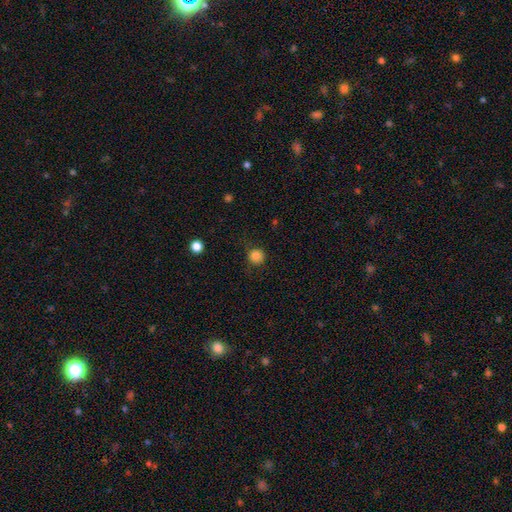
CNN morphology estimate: Q: Smooth or featured?
A: smooth (84%); runner-up: star or artifact (12%)
Q: How rounded?
A: round (94%); runner-up: in between (5%)
Q: Merging?
A: none (84%); runner-up: minor disturbance (11%)